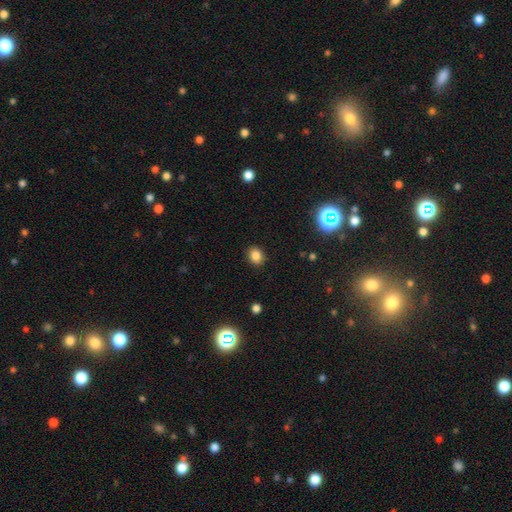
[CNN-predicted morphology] smooth 83%, star or artifact 12%, featured or disk 5%. Down the decision tree: how rounded — round (50%); merging — none (89%).